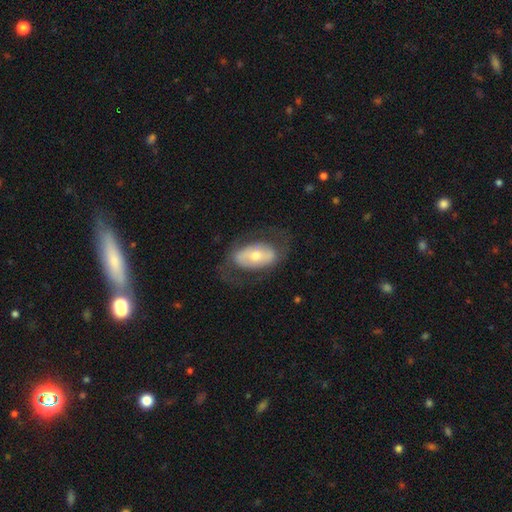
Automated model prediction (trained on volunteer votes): smooth_or_featured: featured or disk (p=0.59) [alt: smooth p=0.35]
disk_edge_on: no (p=0.91) [alt: yes p=0.09]
bar: no (p=0.48) [alt: weak p=0.28]
has_spiral_arms: no (p=0.55) [alt: yes p=0.45]
bulge_size: moderate (p=0.62) [alt: small p=0.29]
merging: none (p=0.68) [alt: minor disturbance p=0.16]